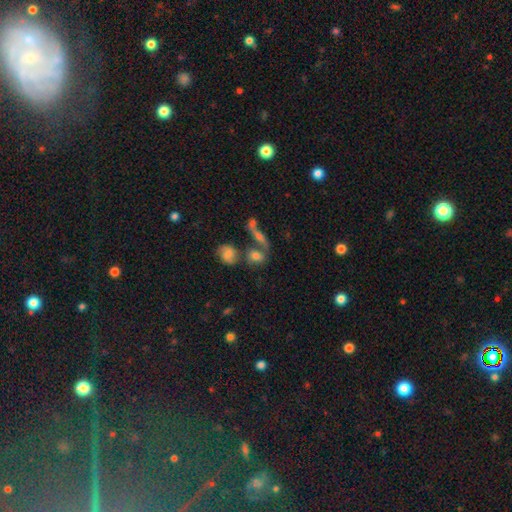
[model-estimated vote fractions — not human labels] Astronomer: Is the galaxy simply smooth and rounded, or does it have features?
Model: smooth — 62%.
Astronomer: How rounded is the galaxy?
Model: in between — 58%.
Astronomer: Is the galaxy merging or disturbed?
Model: none — 39% (runner-up: merger, 38%).